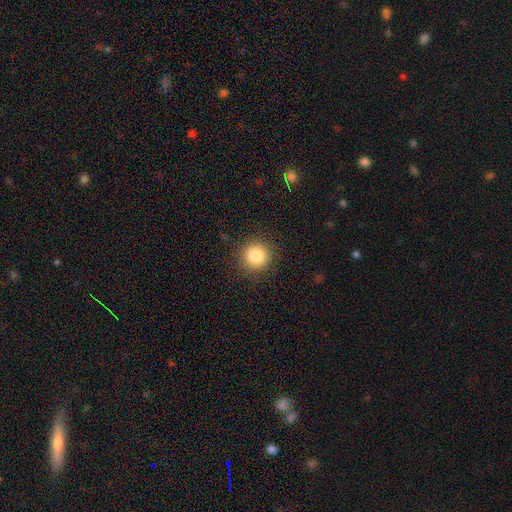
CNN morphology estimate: type=smooth (85%); roundness=round (94%); merging=none (90%).